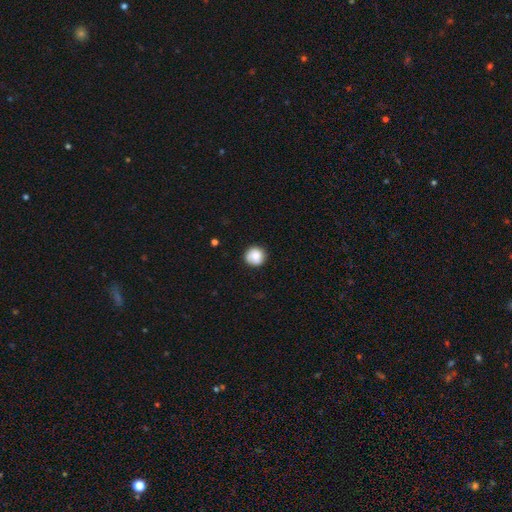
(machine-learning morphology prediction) smooth 78%, featured or disk 14%, star or artifact 8%. Down the decision tree: how rounded — round (93%); merging — none (81%).